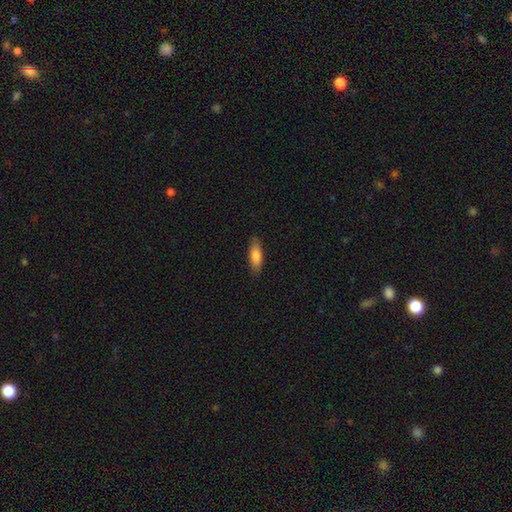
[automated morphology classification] smooth 81%, featured or disk 13%, star or artifact 6%. Down the decision tree: how rounded — in between (59%); merging — none (86%).